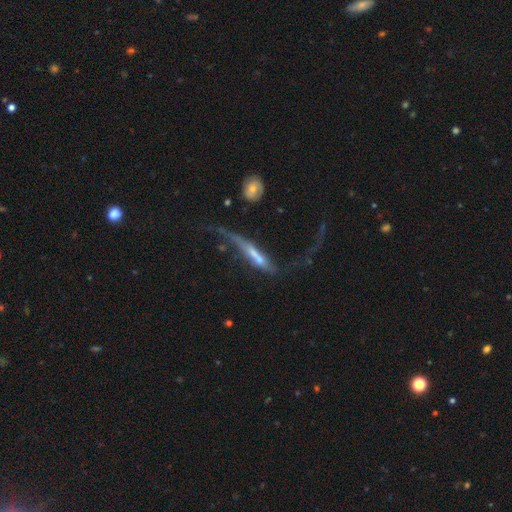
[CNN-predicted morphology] A featured or disk galaxy (62%) viewed edge-on (61%). Merging: major disturbance (41%).